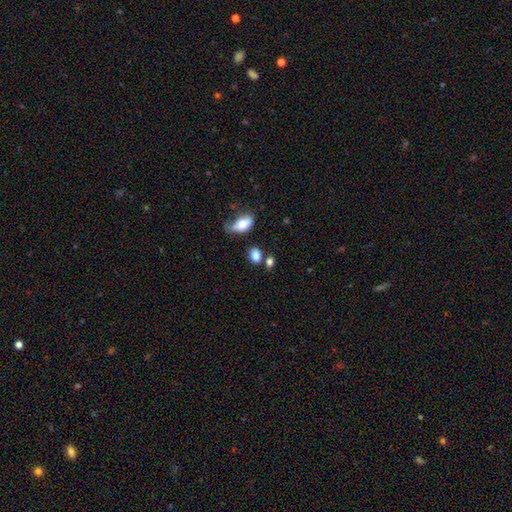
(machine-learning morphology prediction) smooth-or-featured: smooth: 83% | star or artifact: 11% | featured or disk: 6%
  how-rounded: in between: 62% | round: 36% | cigar-shaped: 2%
  merging: none: 59% | minor disturbance: 17% | merger: 17% | major disturbance: 6%